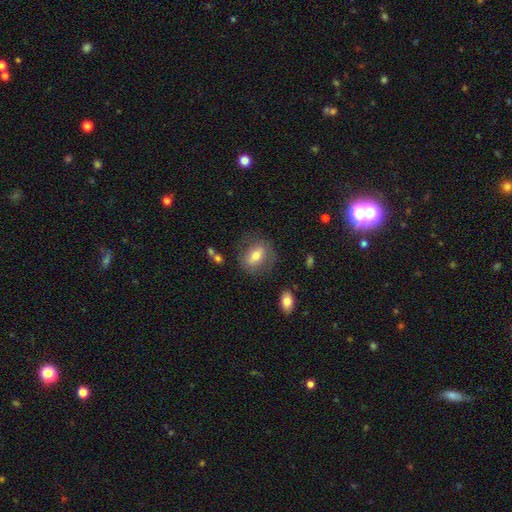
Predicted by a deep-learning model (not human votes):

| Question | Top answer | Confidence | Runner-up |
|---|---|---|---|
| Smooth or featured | smooth | 62% | featured or disk (30%) |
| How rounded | in between | 62% | round (35%) |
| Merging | none | 72% | minor disturbance (16%) |